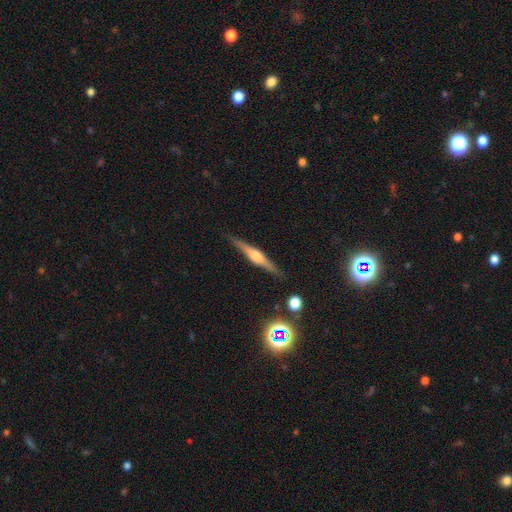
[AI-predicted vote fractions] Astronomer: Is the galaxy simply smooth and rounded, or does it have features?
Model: featured or disk — 76%.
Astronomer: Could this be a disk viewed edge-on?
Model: yes — 98%.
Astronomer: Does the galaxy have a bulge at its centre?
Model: rounded — 83%.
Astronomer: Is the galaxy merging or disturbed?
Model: none — 89%.